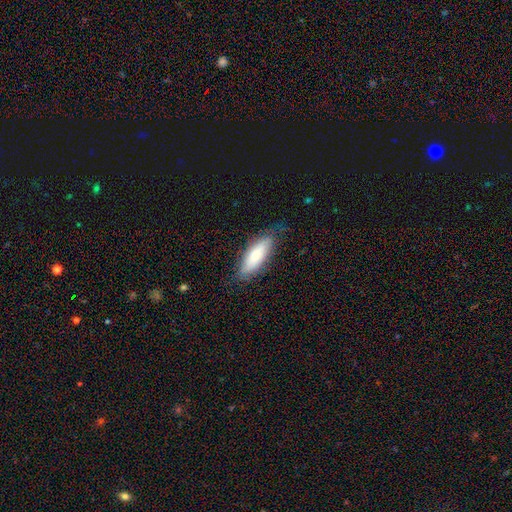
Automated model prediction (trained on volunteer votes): The model was most divided on "how rounded": in between: 63%, cigar-shaped: 35%, round: 2%. More confident: merging — none (74%); smooth or featured — smooth (73%).